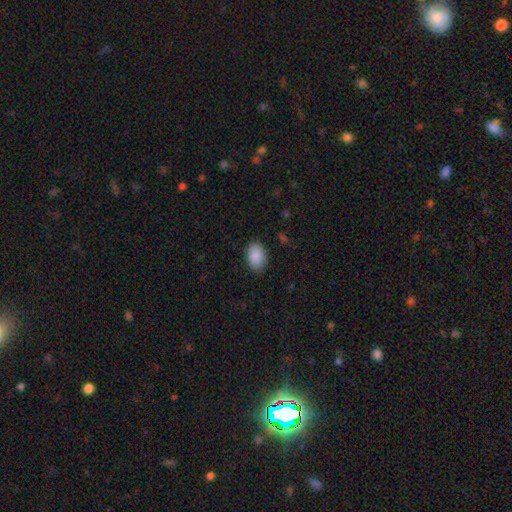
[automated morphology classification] Q: Smooth or featured?
A: smooth (90%); runner-up: star or artifact (7%)
Q: How rounded?
A: in between (88%); runner-up: round (11%)
Q: Merging?
A: none (86%); runner-up: minor disturbance (11%)